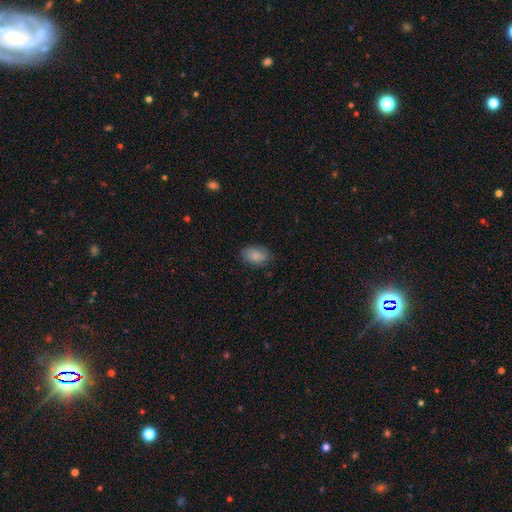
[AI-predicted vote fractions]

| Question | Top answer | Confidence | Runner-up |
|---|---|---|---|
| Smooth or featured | smooth | 82% | featured or disk (10%) |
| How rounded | in between | 88% | round (10%) |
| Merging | none | 76% | minor disturbance (19%) |